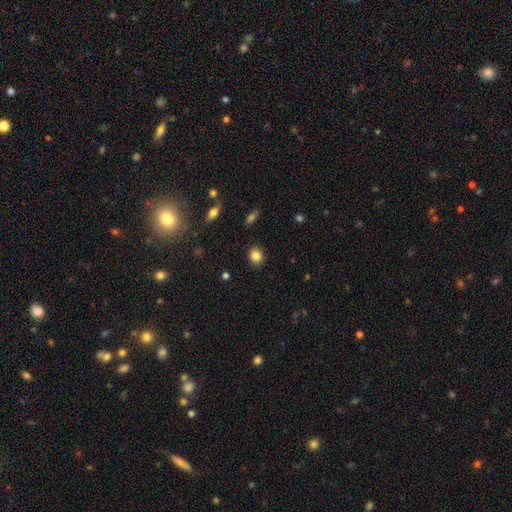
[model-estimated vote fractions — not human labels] Smooth or featured? smooth (85%)
How rounded? round (58%)
Merging? none (89%)